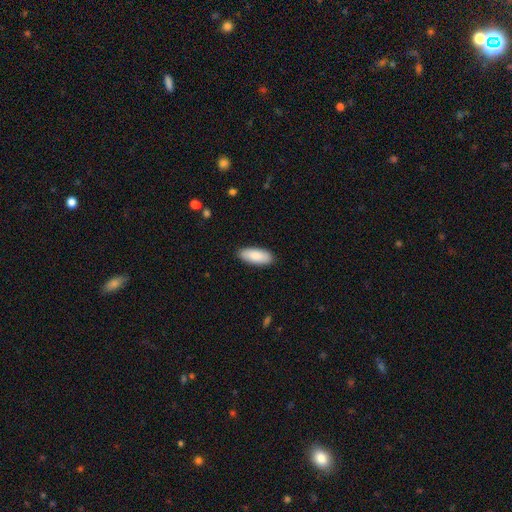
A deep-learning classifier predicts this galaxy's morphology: Smooth or featured?
  - smooth: 88% *
  - featured or disk: 7%
  - star or artifact: 5%
How rounded?
  - in between: 82% *
  - cigar-shaped: 17%
  - round: 2%
Merging?
  - none: 88% *
  - minor disturbance: 9%
  - major disturbance: 2%
  - merger: 1%